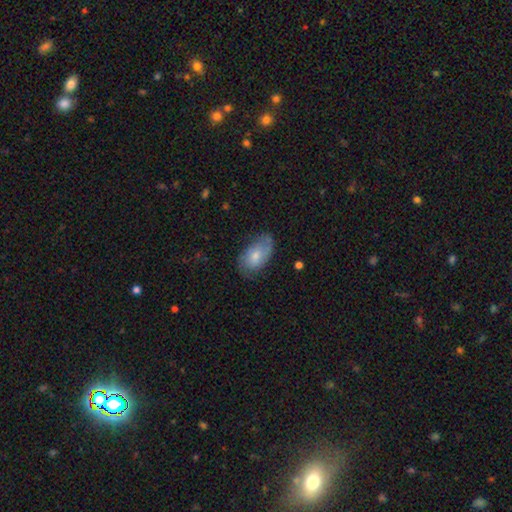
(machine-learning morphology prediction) The model was most divided on "smooth or featured": smooth: 62%, featured or disk: 32%, star or artifact: 6%. More confident: how rounded — in between (92%); merging — none (60%).